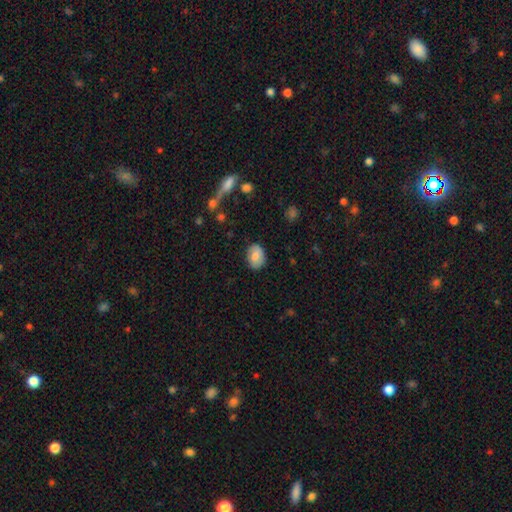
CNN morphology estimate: A smooth galaxy with no disk features (74%) that is in between round and cigar-shaped (72%).

Vote fractions:
- Smooth or featured? smooth: 74% / featured or disk: 19% / star or artifact: 7%
- How rounded? in between: 72% / round: 27% / cigar-shaped: 1%
- Merging? none: 82% / minor disturbance: 14% / major disturbance: 3% / merger: 1%